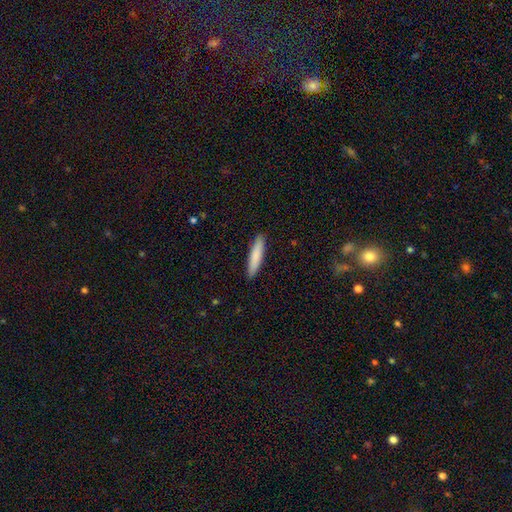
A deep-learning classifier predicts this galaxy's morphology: This is clearly a smooth galaxy (82%). How rounded: clearly cigar-shaped (88%). Merging: clearly none (92%).